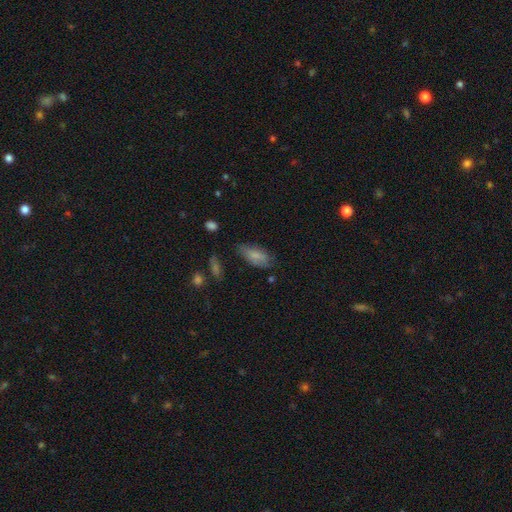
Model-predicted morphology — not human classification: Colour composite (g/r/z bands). It shows a smooth galaxy with no disk features (79%) that is in between round and cigar-shaped (84%). Merging: none (63%).